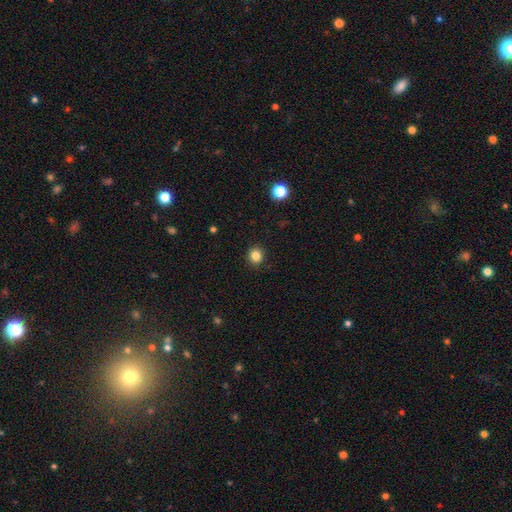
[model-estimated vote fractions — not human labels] This is clearly a smooth galaxy (83%). How rounded: clearly round (87%). Merging: clearly none (91%).